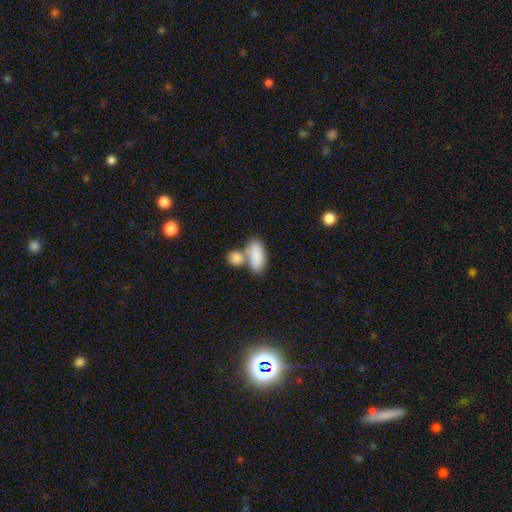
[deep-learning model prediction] This appears to be a smooth galaxy with no disk features (87%) that is in between round and cigar-shaped (88%). Merging: none (46%).